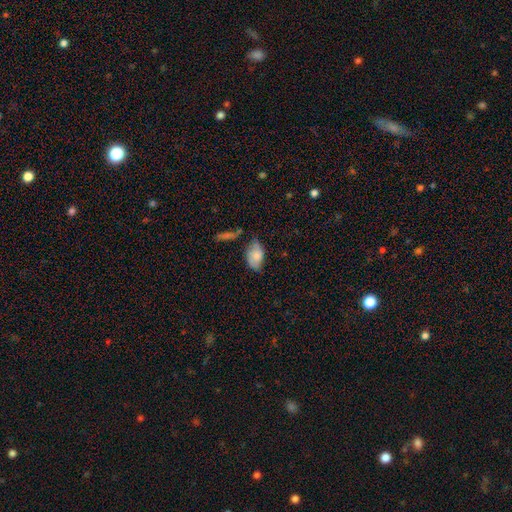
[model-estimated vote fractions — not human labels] Q: Smooth or featured?
A: smooth (73%); runner-up: featured or disk (20%)
Q: How rounded?
A: in between (91%); runner-up: round (7%)
Q: Merging?
A: none (54%); runner-up: minor disturbance (33%)